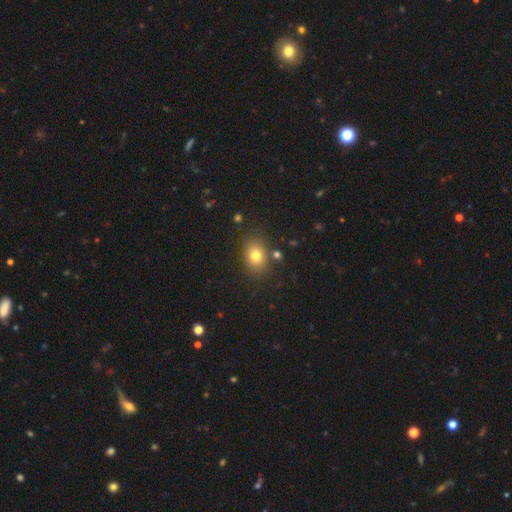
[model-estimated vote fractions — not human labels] This appears to be a smooth galaxy with no disk features (78%) that is in between round and cigar-shaped (61%). Merging: none (79%).